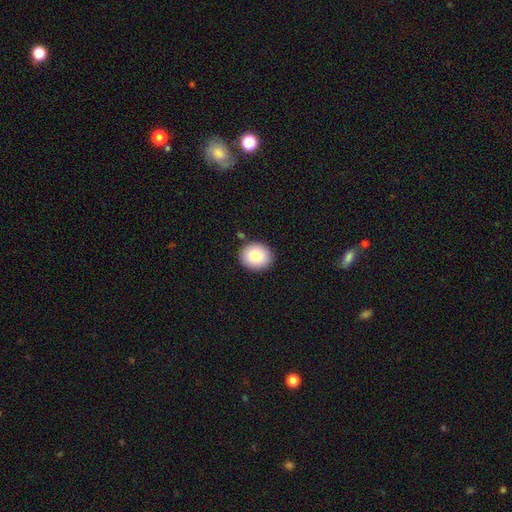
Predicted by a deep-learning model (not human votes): A smooth galaxy with no disk features (82%) that is round (68%).

Vote fractions:
- Smooth or featured? smooth: 82% / featured or disk: 9% / star or artifact: 8%
- How rounded? round: 68% / in between: 31% / cigar-shaped: 1%
- Merging? none: 88% / minor disturbance: 8% / merger: 2% / major disturbance: 2%